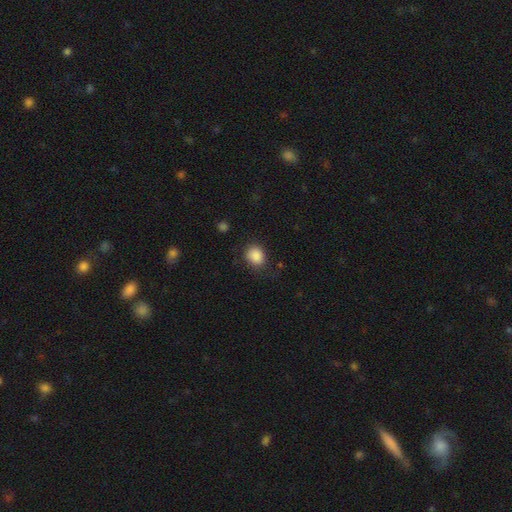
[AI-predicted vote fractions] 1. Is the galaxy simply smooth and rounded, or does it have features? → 87% smooth, 9% star or artifact, 4% featured or disk.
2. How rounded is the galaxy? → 64% round, 35% in between, 1% cigar-shaped.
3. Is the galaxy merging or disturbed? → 79% none, 15% minor disturbance, 5% major disturbance, 2% merger.